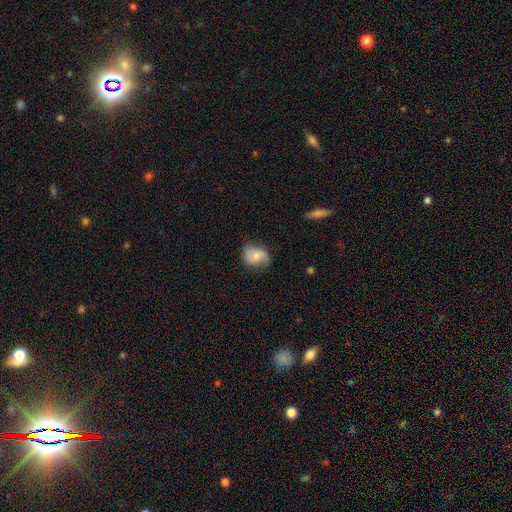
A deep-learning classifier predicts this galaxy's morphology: Overall: featured or disk (49%; smooth 43%). Merging: none (70%).